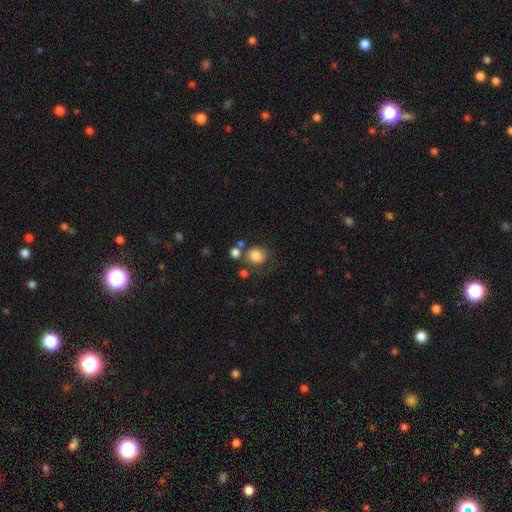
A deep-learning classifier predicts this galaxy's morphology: Smooth or featured?
  - smooth: 82% *
  - star or artifact: 10%
  - featured or disk: 8%
How rounded?
  - round: 71% *
  - in between: 28%
  - cigar-shaped: 1%
Merging?
  - none: 58% *
  - minor disturbance: 17%
  - merger: 15%
  - major disturbance: 9%